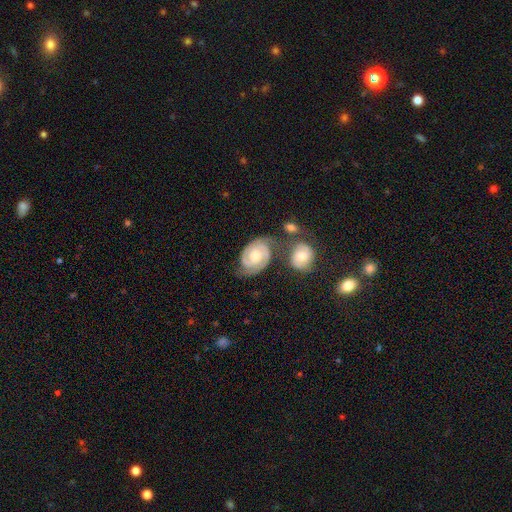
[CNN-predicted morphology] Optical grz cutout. It shows a featured or disk galaxy (88%) with no bar (66%), 2 (86%) tight (66%) spiral arms (98%) and a moderate central bulge (69%). Merging: none (62%).